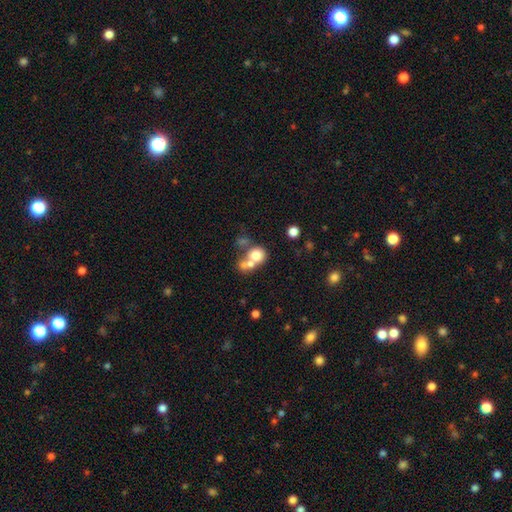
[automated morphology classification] Smooth or featured? smooth (69%)
How rounded? round (77%)
Merging? merger (58%)